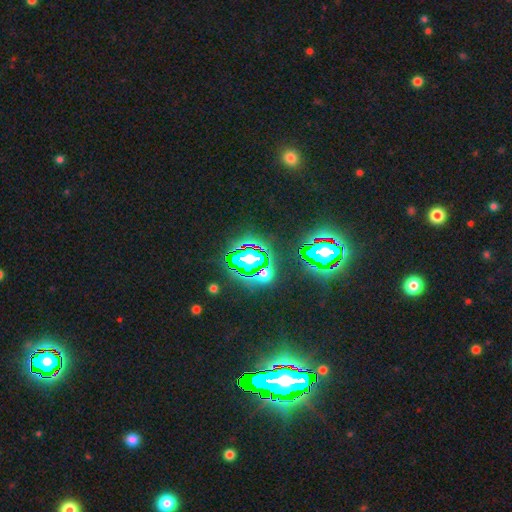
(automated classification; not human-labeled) Smooth or featured? star or artifact (83%)